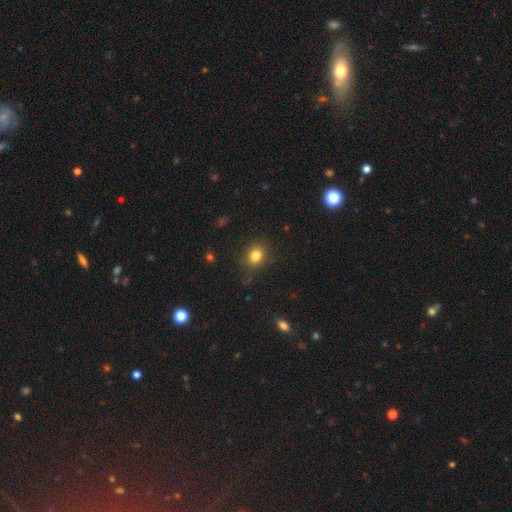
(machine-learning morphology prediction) A smooth galaxy with no disk features (82%) that is round (54%).

Vote fractions:
- Smooth or featured? smooth: 82% / star or artifact: 12% / featured or disk: 6%
- How rounded? round: 54% / in between: 45% / cigar-shaped: 1%
- Merging? none: 84% / minor disturbance: 11% / major disturbance: 3% / merger: 1%